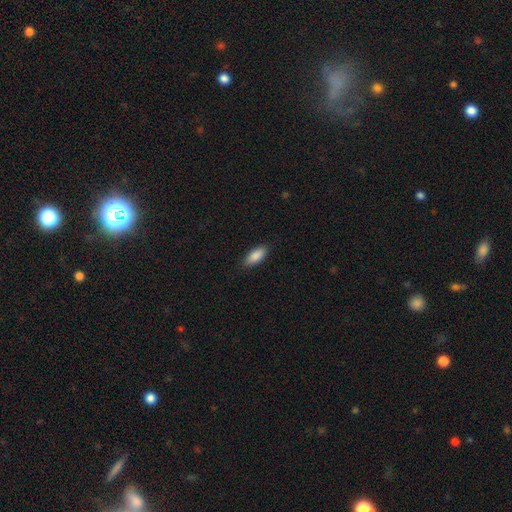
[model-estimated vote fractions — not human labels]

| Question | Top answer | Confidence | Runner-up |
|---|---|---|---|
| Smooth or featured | smooth | 88% | featured or disk (6%) |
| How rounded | in between | 82% | cigar-shaped (16%) |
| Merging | none | 87% | minor disturbance (10%) |